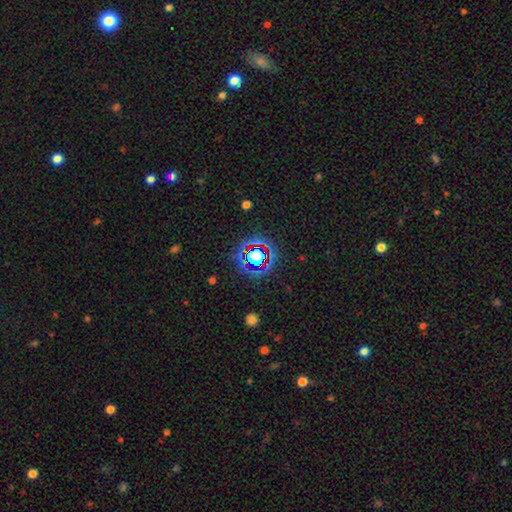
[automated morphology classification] smooth-or-featured: star or artifact: 63% | smooth: 25% | featured or disk: 12%